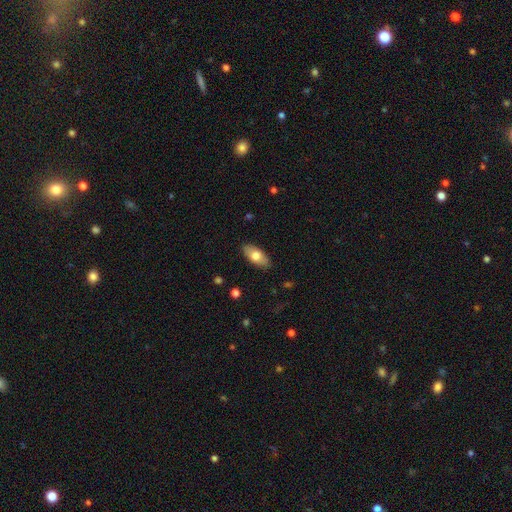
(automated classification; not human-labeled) Overall: smooth (73%). How rounded: in between (89%). Merging: none (87%).